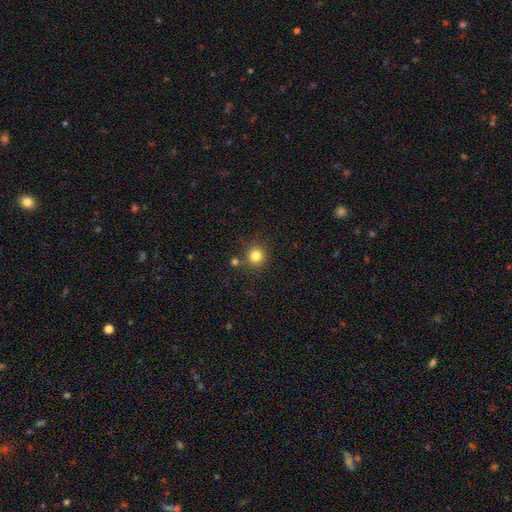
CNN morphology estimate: type=smooth (82%); roundness=round (92%); merging=none (78%).